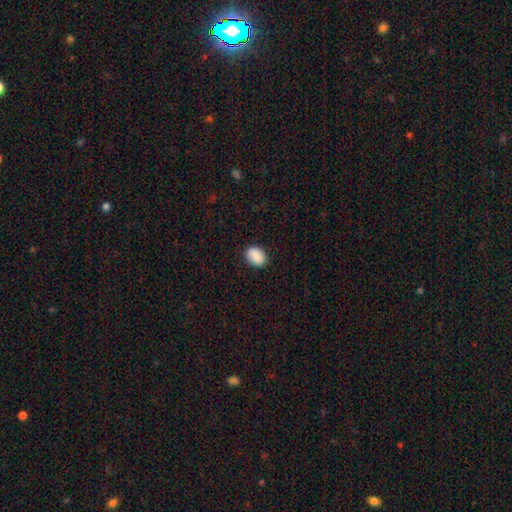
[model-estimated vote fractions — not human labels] Smooth or featured? Predicted: smooth (p=0.89). How rounded? Predicted: in between (p=0.72). Merging? Predicted: none (p=0.87).